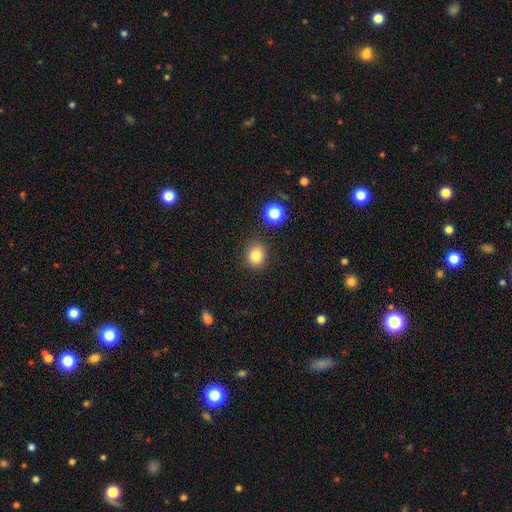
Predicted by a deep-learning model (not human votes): A smooth galaxy with no disk features (84%) that is round (71%).

Vote fractions:
- Smooth or featured? smooth: 84% / star or artifact: 12% / featured or disk: 5%
- How rounded? round: 71% / in between: 28% / cigar-shaped: 1%
- Merging? none: 84% / minor disturbance: 10% / merger: 3% / major disturbance: 3%